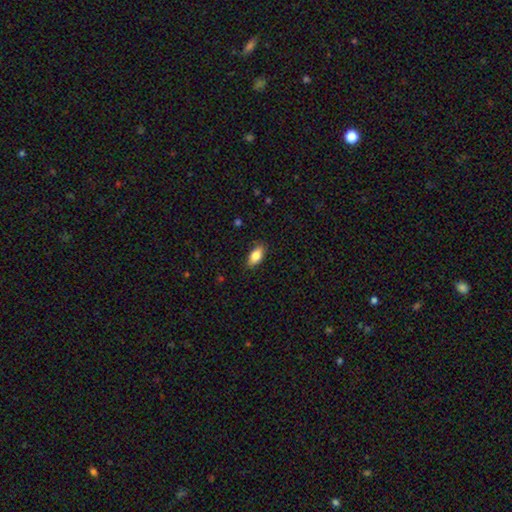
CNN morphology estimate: The model was most divided on "smooth or featured": smooth: 82%, featured or disk: 11%, star or artifact: 7%. More confident: how rounded — in between (88%); merging — none (85%).